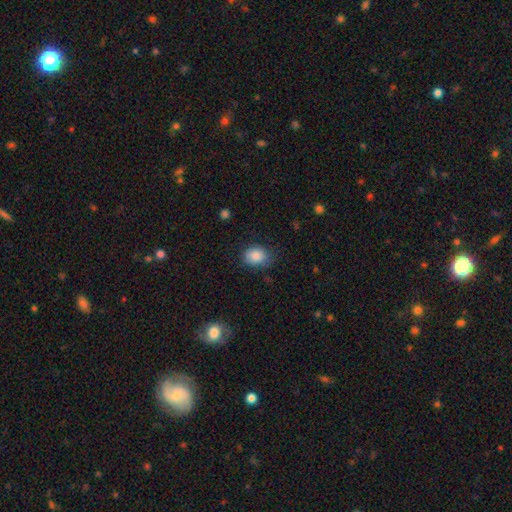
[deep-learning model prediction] Q: Smooth or featured?
A: smooth (86%); runner-up: star or artifact (8%)
Q: How rounded?
A: in between (57%); runner-up: round (42%)
Q: Merging?
A: none (72%); runner-up: minor disturbance (22%)